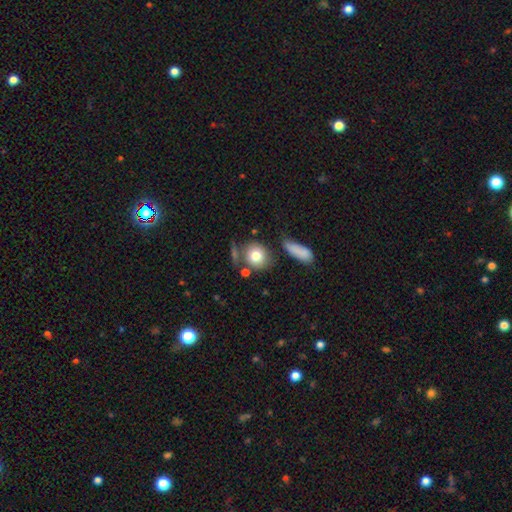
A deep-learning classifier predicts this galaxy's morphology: smooth_or_featured: smooth (p=0.78) [alt: featured or disk p=0.14]
how_rounded: round (p=0.79) [alt: in between p=0.19]
merging: none (p=0.66) [alt: merger p=0.14]